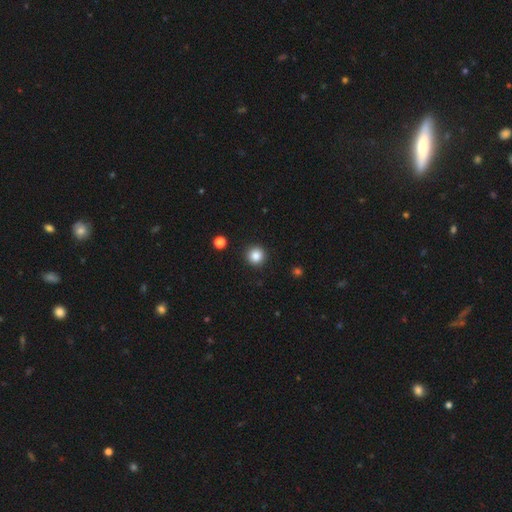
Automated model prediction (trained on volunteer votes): Overall: smooth (85%). How rounded: round (95%). Merging: none (92%).